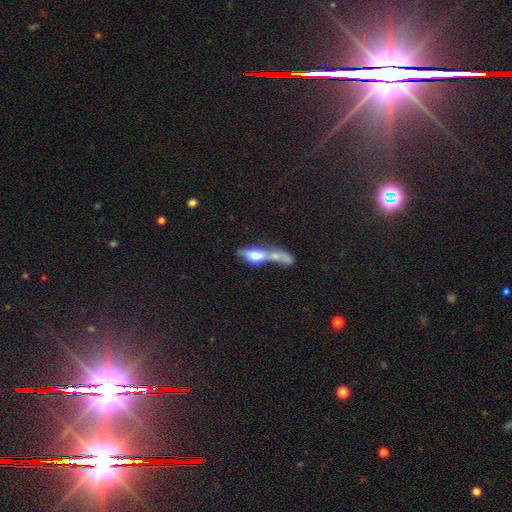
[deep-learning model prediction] A smooth galaxy with no disk features (55%) that is in between round and cigar-shaped (62%). Merging: merger (72%).